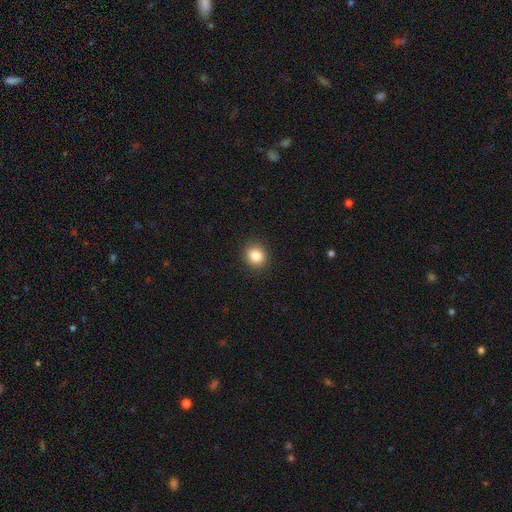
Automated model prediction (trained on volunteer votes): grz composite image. It shows a smooth galaxy with no disk features (86%) that is round (78%). Merging: none (90%).